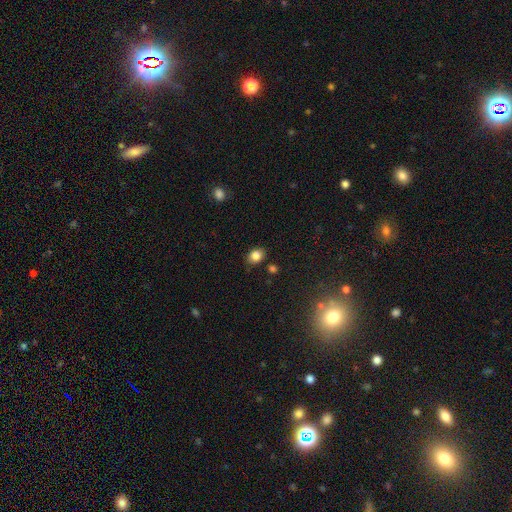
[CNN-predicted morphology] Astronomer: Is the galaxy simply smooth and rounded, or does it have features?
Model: smooth — 83%.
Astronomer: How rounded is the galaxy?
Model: in between — 55% (runner-up: round, 44%).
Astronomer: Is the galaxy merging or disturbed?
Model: none — 81%.